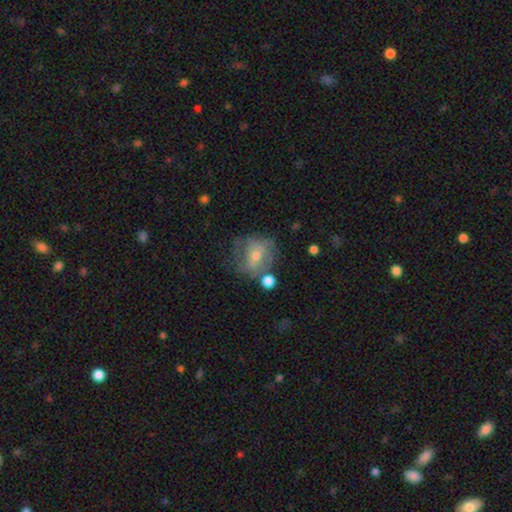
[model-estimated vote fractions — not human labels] Smooth or featured?
  - featured or disk: 54% *
  - smooth: 36%
  - star or artifact: 11%
Edge-on disk?
  - no: 96% *
  - yes: 4%
Bar?
  - no: 59% *
  - weak: 32%
  - strong: 10%
Spiral arms?
  - yes: 64% *
  - no: 36%
Bulge size?
  - small: 49% *
  - moderate: 46%
  - large: 2%
  - none: 2%
  - dominant: 1%
Merging?
  - none: 50% *
  - minor disturbance: 23%
  - major disturbance: 17%
  - merger: 9%